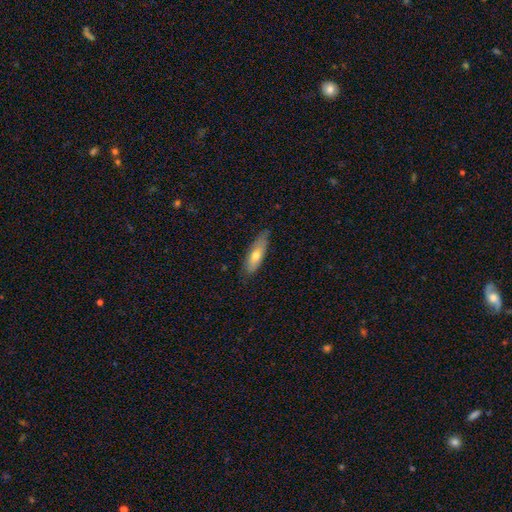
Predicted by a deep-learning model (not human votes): This is likely a smooth galaxy (63%). How rounded: possibly cigar-shaped (53%). Merging: likely none (78%).